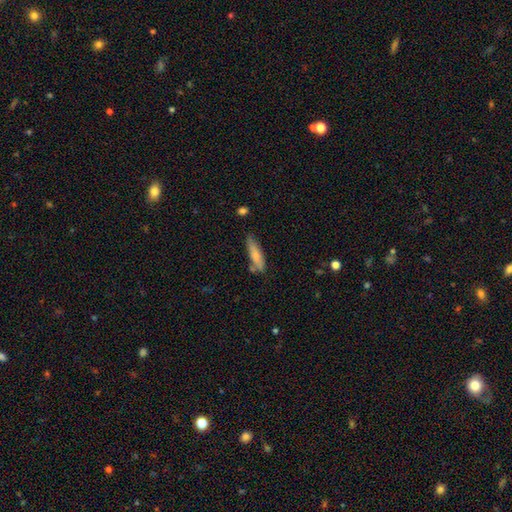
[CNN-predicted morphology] smooth_or_featured: smooth (p=0.75) [alt: featured or disk p=0.19]
how_rounded: cigar-shaped (p=0.66) [alt: in between p=0.32]
merging: none (p=0.66) [alt: minor disturbance p=0.21]